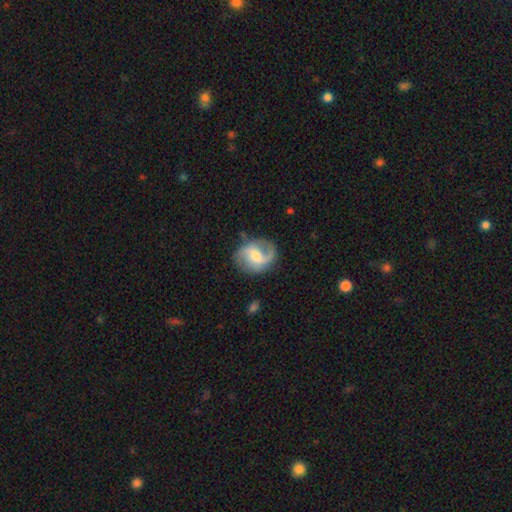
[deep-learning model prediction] featured or disk 79%, smooth 15%, star or artifact 6%. Down the decision tree: edge-on disk — no (98%); bar — weak (50%); spiral arms — yes (95%); spiral arm count — 2 (81%); spiral winding — loose (44%); bulge size — moderate (55%); merging — none (75%).